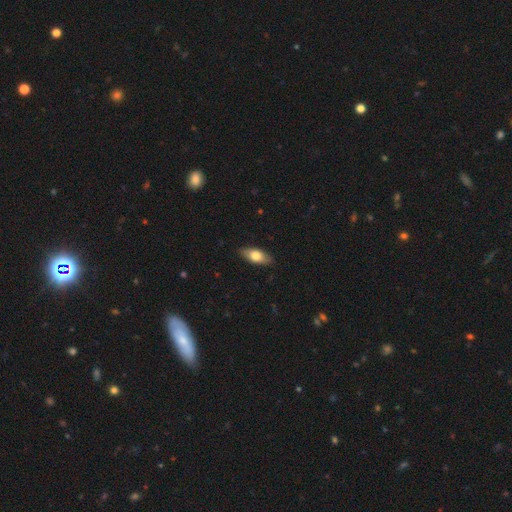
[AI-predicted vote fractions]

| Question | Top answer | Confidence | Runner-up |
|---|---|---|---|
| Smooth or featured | smooth | 73% | featured or disk (21%) |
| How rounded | in between | 84% | cigar-shaped (12%) |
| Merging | none | 87% | minor disturbance (11%) |